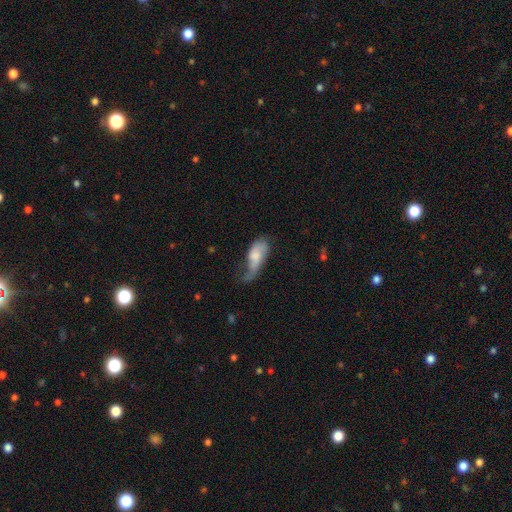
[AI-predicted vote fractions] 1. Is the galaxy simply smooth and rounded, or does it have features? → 58% smooth, 35% featured or disk, 7% star or artifact.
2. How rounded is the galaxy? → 83% in between, 14% cigar-shaped, 3% round.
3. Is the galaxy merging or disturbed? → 43% major disturbance, 31% minor disturbance, 22% none, 4% merger.